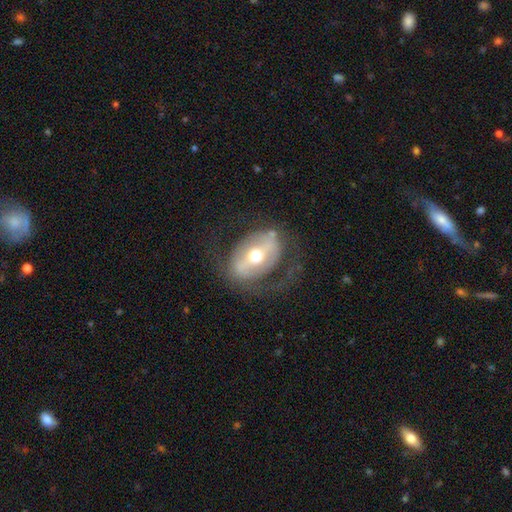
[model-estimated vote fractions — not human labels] smooth_or_featured: featured or disk (p=0.67) [alt: smooth p=0.27]
disk_edge_on: no (p=0.91) [alt: yes p=0.09]
bar: strong (p=0.52) [alt: weak p=0.27]
has_spiral_arms: no (p=0.65) [alt: yes p=0.35]
bulge_size: moderate (p=0.72) [alt: small p=0.16]
merging: none (p=0.60) [alt: major disturbance p=0.20]